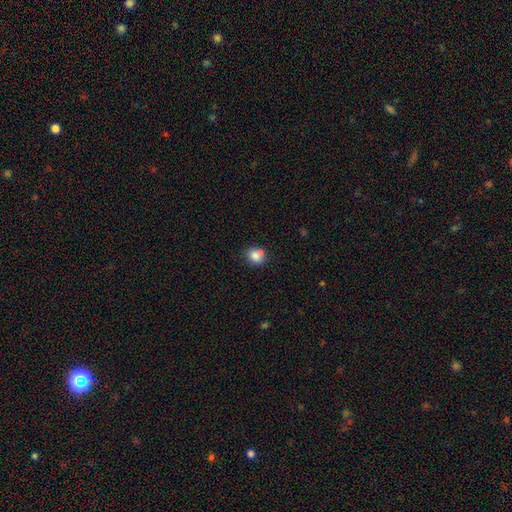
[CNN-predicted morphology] Smooth or featured?
  - smooth: 81% *
  - star or artifact: 10%
  - featured or disk: 9%
How rounded?
  - round: 74% *
  - in between: 25%
  - cigar-shaped: 1%
Merging?
  - none: 60% *
  - merger: 20%
  - minor disturbance: 16%
  - major disturbance: 4%